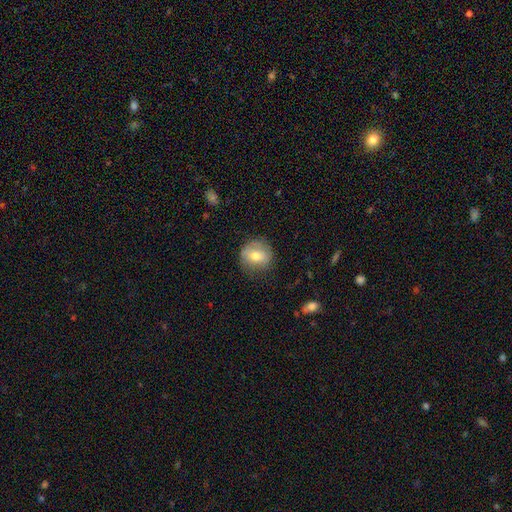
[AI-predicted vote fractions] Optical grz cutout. It shows a smooth galaxy with no disk features (66%) that is round (85%). Merging: none (75%).